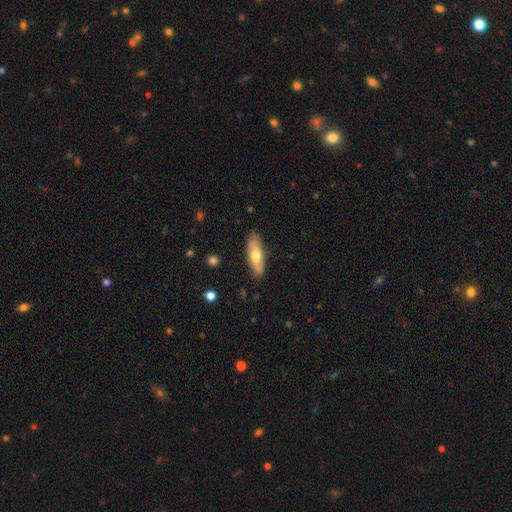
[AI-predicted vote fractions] smooth-or-featured: smooth: 60% | featured or disk: 35% | star or artifact: 5%
  how-rounded: in between: 58% | cigar-shaped: 40% | round: 2%
  merging: none: 86% | minor disturbance: 11% | major disturbance: 2% | merger: 1%